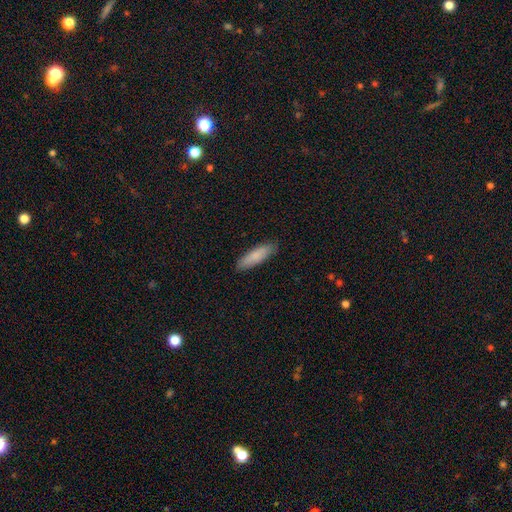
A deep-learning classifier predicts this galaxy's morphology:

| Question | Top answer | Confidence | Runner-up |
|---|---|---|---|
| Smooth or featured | smooth | 83% | featured or disk (11%) |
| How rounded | cigar-shaped | 63% | in between (36%) |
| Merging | none | 87% | minor disturbance (10%) |